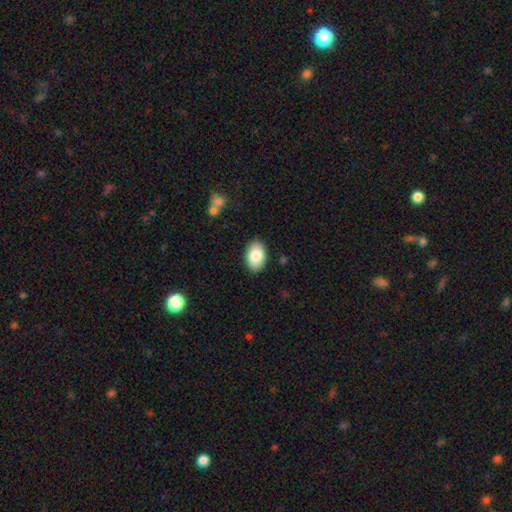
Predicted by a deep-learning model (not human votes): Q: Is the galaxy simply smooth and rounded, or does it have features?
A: smooth — 83%.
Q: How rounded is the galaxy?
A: in between — 91%.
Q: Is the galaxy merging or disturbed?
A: none — 88%.